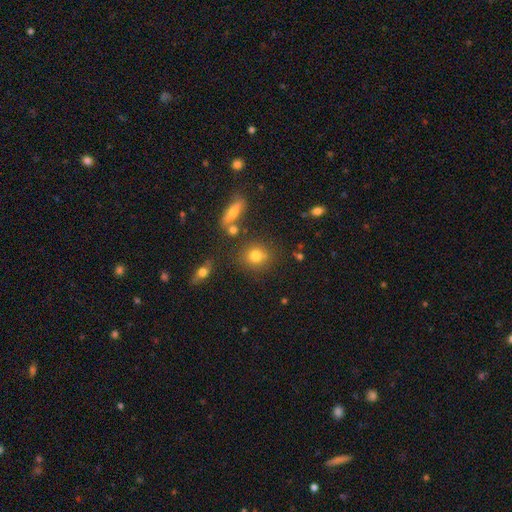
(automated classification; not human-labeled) Smooth or featured? Predicted: smooth (p=0.75). How rounded? Predicted: round (p=0.79). Merging? Predicted: none (p=0.74).